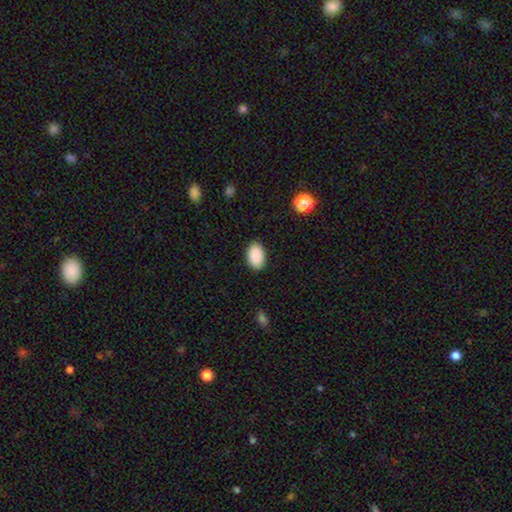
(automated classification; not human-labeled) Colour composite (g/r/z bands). It shows a smooth galaxy with no disk features (90%) that is in between round and cigar-shaped (92%). Merging: none (89%).